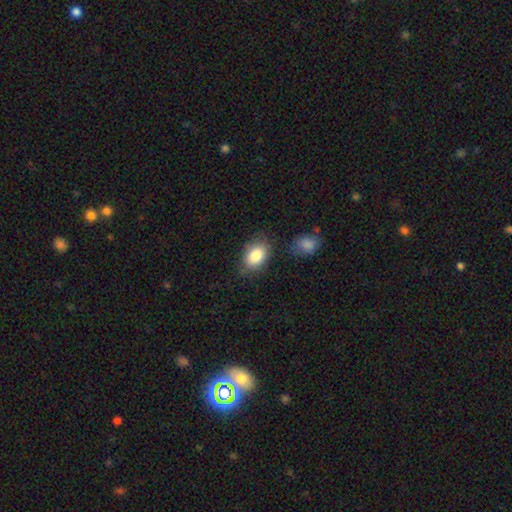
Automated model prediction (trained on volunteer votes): The model was most divided on "merging": none: 74%, minor disturbance: 17%, merger: 5%, major disturbance: 5%. More confident: how rounded — in between (86%); smooth or featured — smooth (85%).